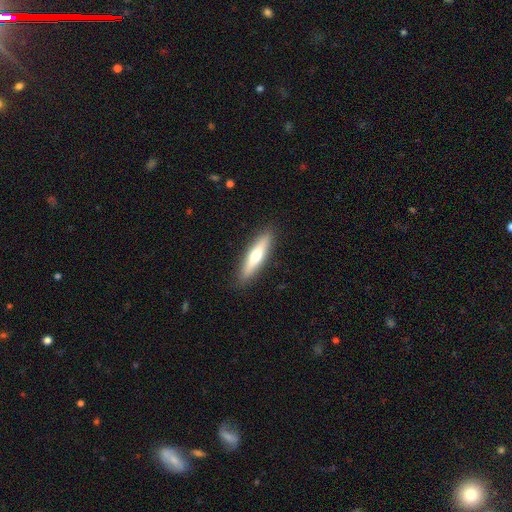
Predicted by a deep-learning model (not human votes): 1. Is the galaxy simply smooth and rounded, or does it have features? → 57% smooth, 38% featured or disk, 5% star or artifact.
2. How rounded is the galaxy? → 82% cigar-shaped, 17% in between, 1% round.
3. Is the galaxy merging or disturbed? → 90% none, 7% minor disturbance, 2% major disturbance, 1% merger.